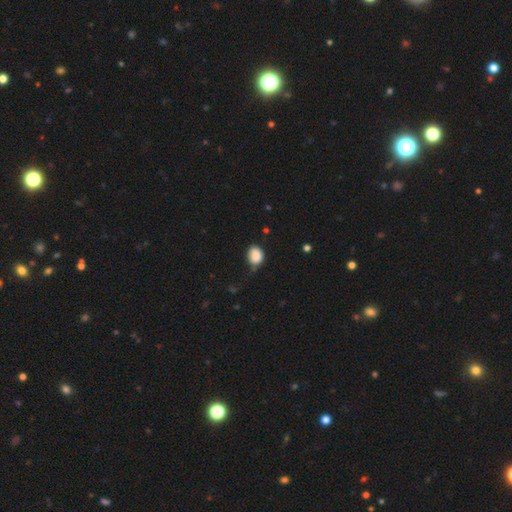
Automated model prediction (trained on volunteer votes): Smooth or featured? smooth (86%)
How rounded? round (54%)
Merging? none (49%)